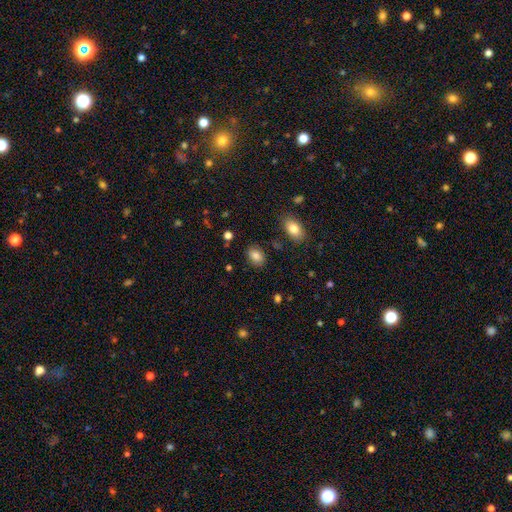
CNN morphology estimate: This appears to be a smooth galaxy with no disk features (85%) that is in between round and cigar-shaped (78%). Merging: none (84%).